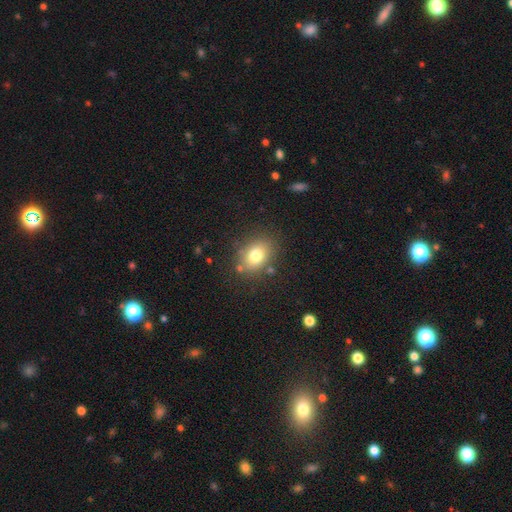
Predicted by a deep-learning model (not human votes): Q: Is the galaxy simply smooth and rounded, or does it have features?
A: smooth — 78%.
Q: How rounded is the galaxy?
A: in between — 61%.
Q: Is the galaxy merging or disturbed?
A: none — 79%.